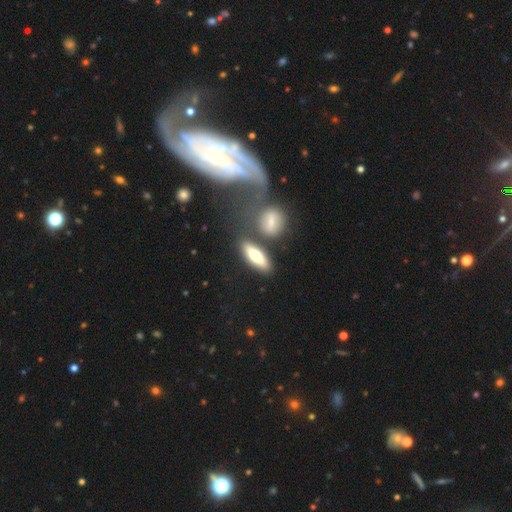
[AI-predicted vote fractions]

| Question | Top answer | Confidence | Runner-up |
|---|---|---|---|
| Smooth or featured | smooth | 66% | featured or disk (27%) |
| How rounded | in between | 54% | cigar-shaped (42%) |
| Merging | none | 75% | merger (11%) |